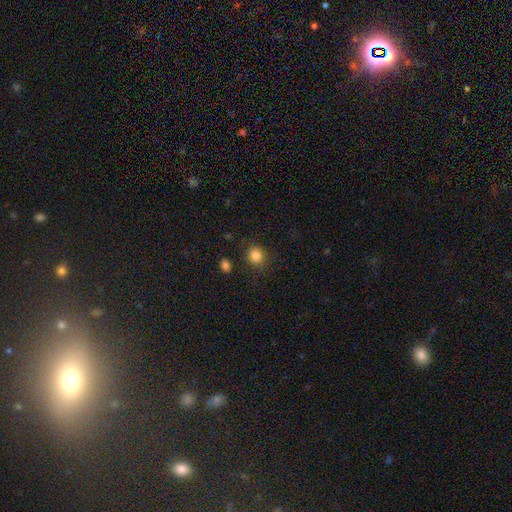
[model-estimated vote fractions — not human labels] smooth_or_featured: smooth (p=0.85) [alt: star or artifact p=0.11]
how_rounded: round (p=0.82) [alt: in between p=0.17]
merging: none (p=0.84) [alt: minor disturbance p=0.10]